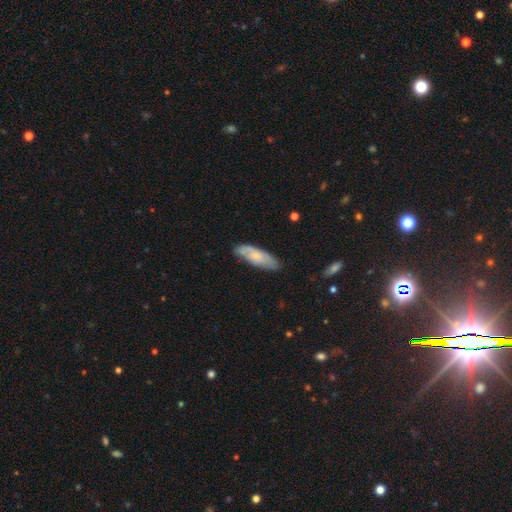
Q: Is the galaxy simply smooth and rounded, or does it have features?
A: smooth — 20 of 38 (53%).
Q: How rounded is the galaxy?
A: in between — 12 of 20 (60%).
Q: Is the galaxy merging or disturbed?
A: none — 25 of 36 (69%).